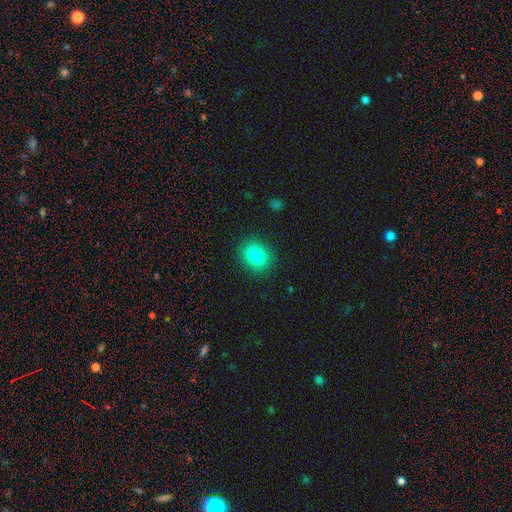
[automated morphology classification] smooth_or_featured: smooth (p=0.82) [alt: star or artifact p=0.11]
how_rounded: round (p=0.67) [alt: in between p=0.32]
merging: none (p=0.89) [alt: minor disturbance p=0.07]